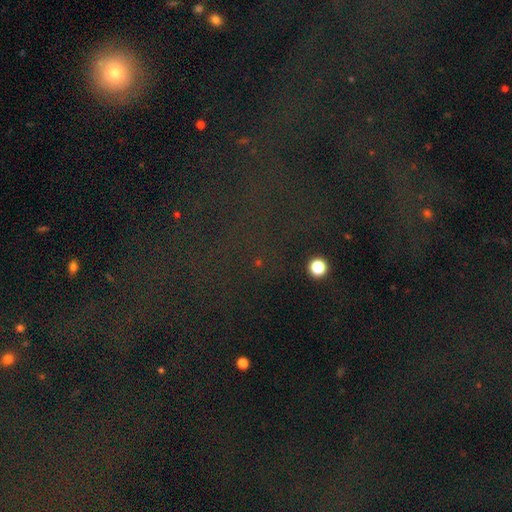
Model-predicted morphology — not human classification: type=star or artifact (73%).